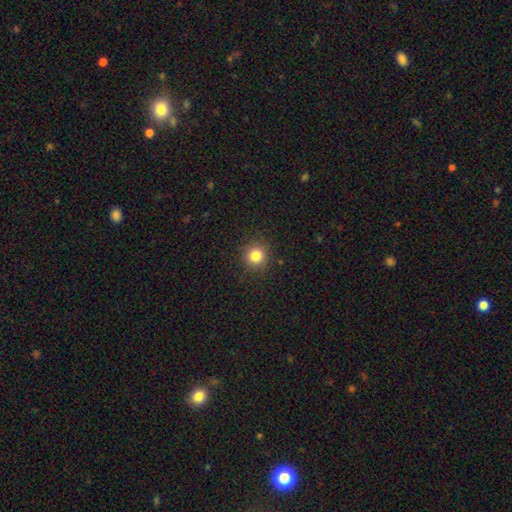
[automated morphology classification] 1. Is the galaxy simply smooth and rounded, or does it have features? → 82% smooth, 13% star or artifact, 5% featured or disk.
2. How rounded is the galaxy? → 93% round, 6% in between, 1% cigar-shaped.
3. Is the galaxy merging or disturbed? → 90% none, 6% minor disturbance, 2% major disturbance, 1% merger.